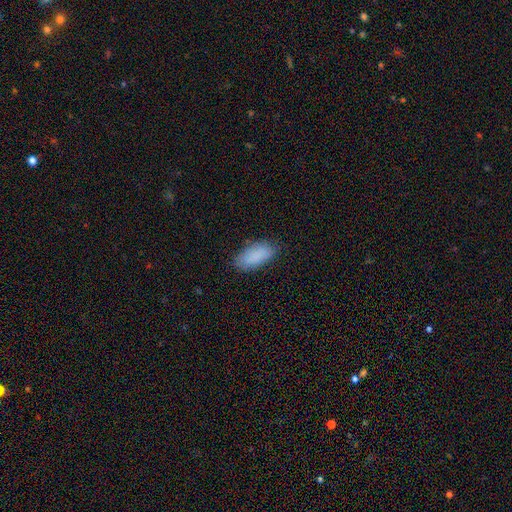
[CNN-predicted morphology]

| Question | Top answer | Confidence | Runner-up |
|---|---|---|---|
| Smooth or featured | smooth | 88% | star or artifact (7%) |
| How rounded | in between | 88% | cigar-shaped (10%) |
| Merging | none | 81% | minor disturbance (15%) |